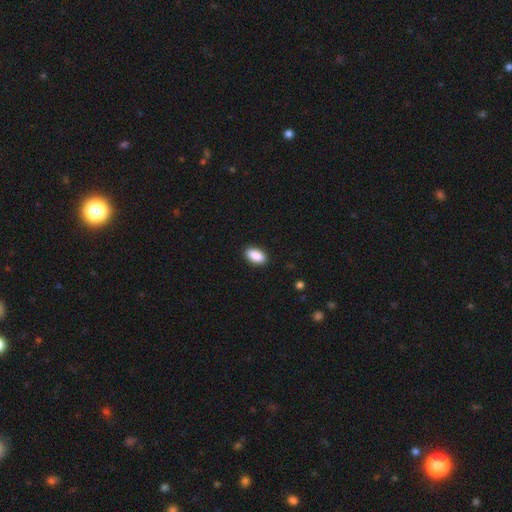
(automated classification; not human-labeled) Smooth or featured? smooth (90%)
How rounded? in between (93%)
Merging? none (89%)